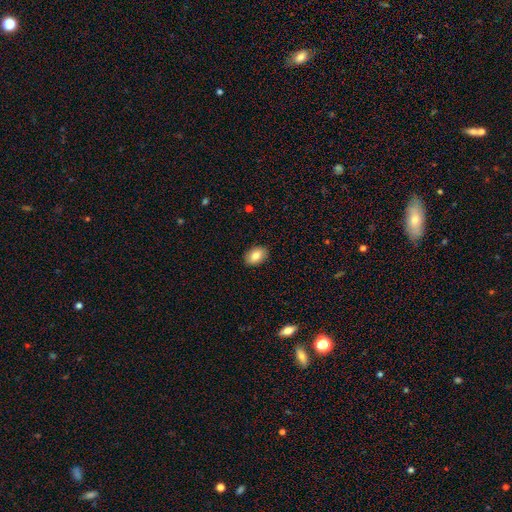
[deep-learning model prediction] Smooth or featured?
  - smooth: 84% *
  - featured or disk: 9%
  - star or artifact: 7%
How rounded?
  - in between: 86% *
  - round: 13%
  - cigar-shaped: 1%
Merging?
  - none: 89% *
  - minor disturbance: 8%
  - major disturbance: 2%
  - merger: 1%